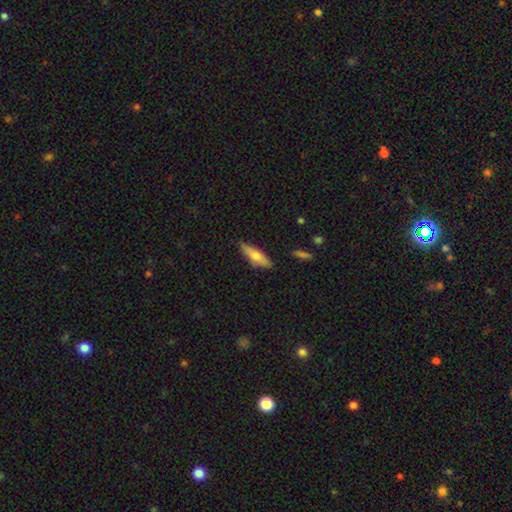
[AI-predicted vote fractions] Smooth or featured? Predicted: smooth (p=0.66). How rounded? Predicted: cigar-shaped (p=0.54). Merging? Predicted: none (p=0.77).